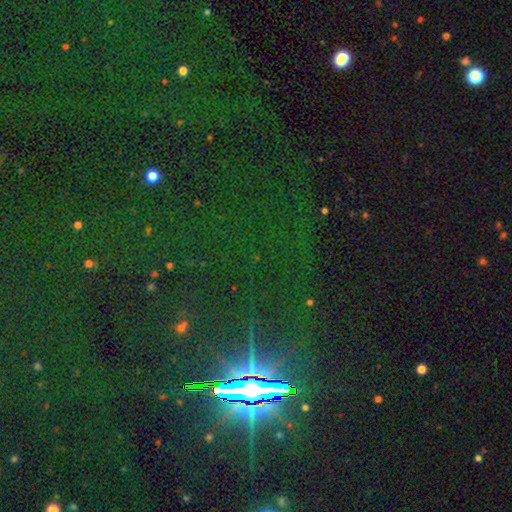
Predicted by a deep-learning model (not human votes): star or artifact 83%, smooth 9%, featured or disk 8%.